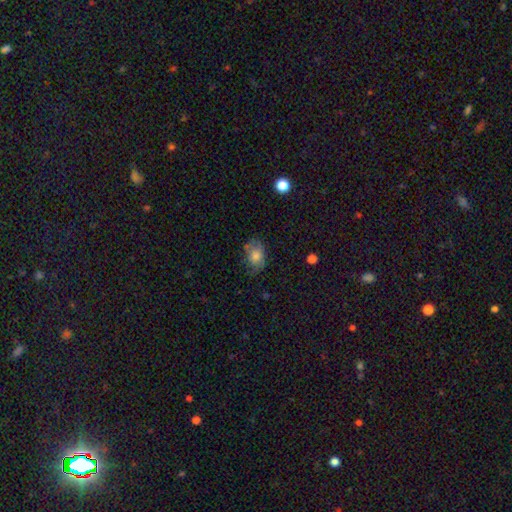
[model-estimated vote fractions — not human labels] smooth_or_featured: smooth (p=0.68) [alt: featured or disk p=0.22]
how_rounded: in between (p=0.78) [alt: round p=0.20]
merging: none (p=0.60) [alt: minor disturbance p=0.27]